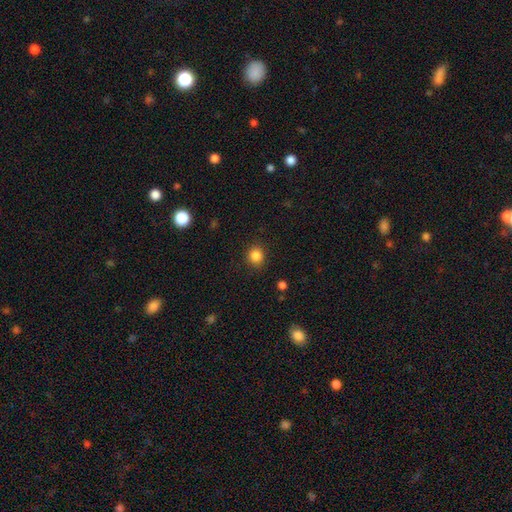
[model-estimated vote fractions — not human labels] Smooth or featured?
  - smooth: 85% *
  - star or artifact: 11%
  - featured or disk: 4%
How rounded?
  - round: 84% *
  - in between: 15%
  - cigar-shaped: 1%
Merging?
  - none: 88% *
  - minor disturbance: 8%
  - major disturbance: 3%
  - merger: 1%